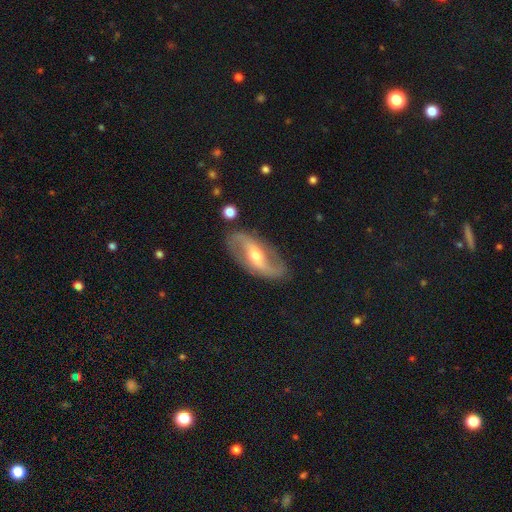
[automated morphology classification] The model was most divided on "bar": weak: 38%, strong: 36%, no: 26%. More confident: edge-on disk — no (93%); spiral arms — yes (93%); spiral arm count — 2 (92%); smooth or featured — featured or disk (85%); merging — none (83%); bulge size — moderate (63%); spiral winding — loose (58%).